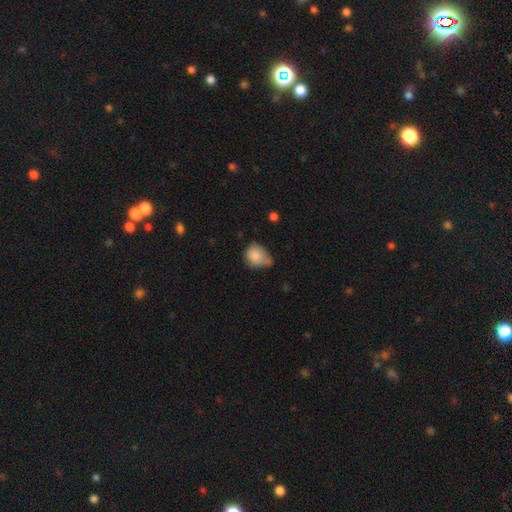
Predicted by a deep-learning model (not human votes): Smooth or featured? Predicted: smooth (p=0.83). How rounded? Predicted: round (p=0.50). Merging? Predicted: minor disturbance (p=0.44).